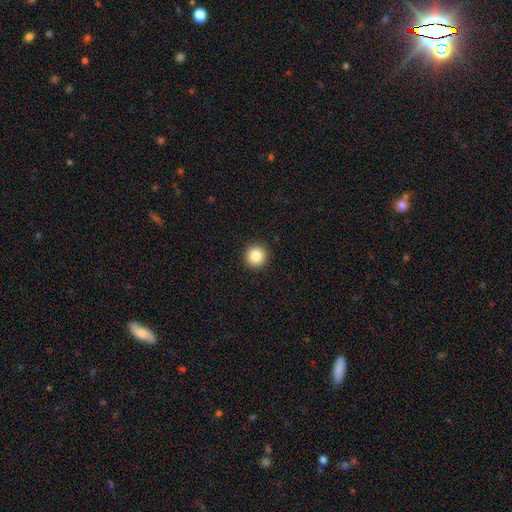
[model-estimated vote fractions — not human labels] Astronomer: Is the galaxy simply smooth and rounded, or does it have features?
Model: smooth — 86%.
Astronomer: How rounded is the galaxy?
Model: round — 95%.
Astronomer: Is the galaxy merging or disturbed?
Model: none — 93%.